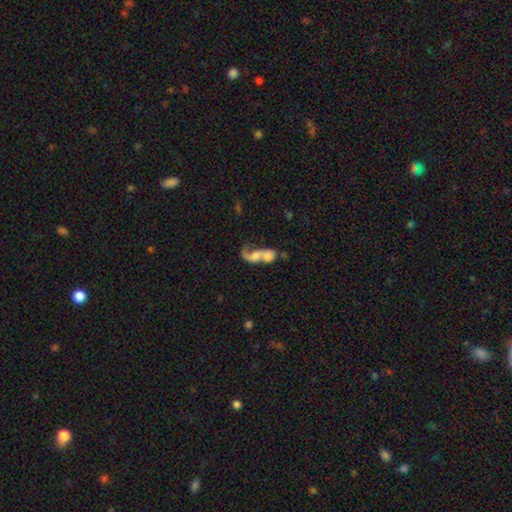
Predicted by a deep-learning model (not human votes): This appears to be a featured or disk galaxy (47%). Merging: merger (68%).